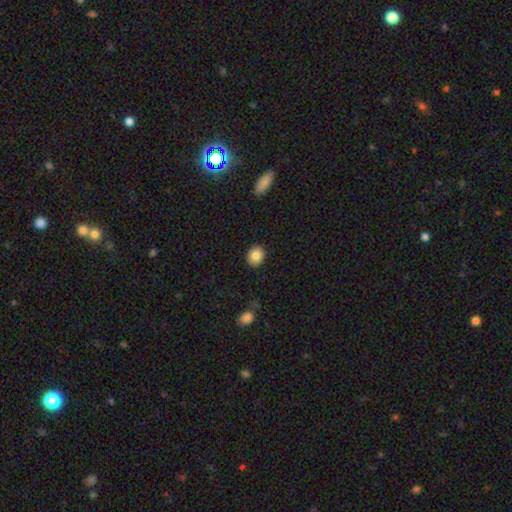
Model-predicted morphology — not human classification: type=smooth (84%); roundness=round (57%); merging=none (90%).